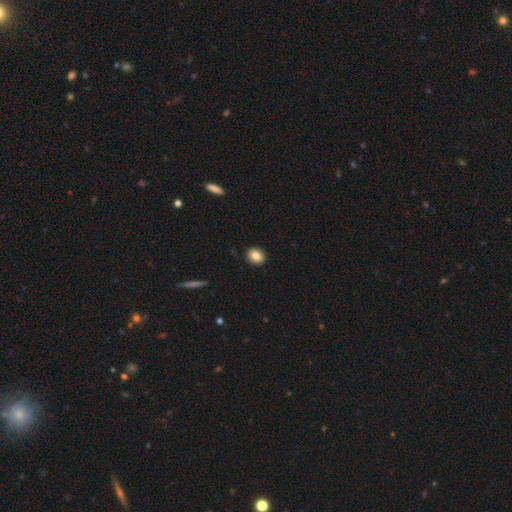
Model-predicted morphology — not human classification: Smooth or featured: smooth — 85% (star or artifact — 9%)
How rounded: round — 66% (in between — 32%)
Merging: none — 92% (minor disturbance — 6%)